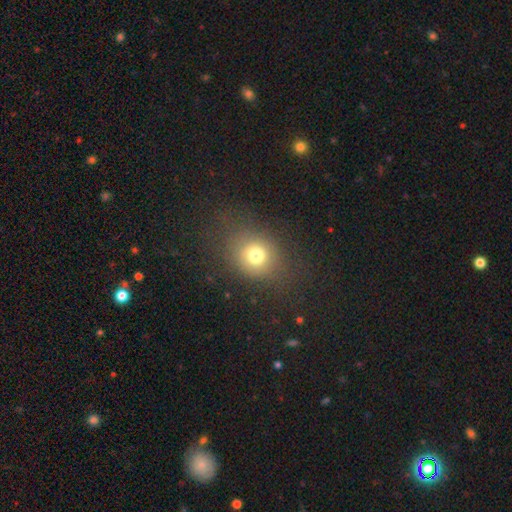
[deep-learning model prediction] Smooth or featured? Predicted: smooth (p=0.73). How rounded? Predicted: round (p=0.71). Merging? Predicted: none (p=0.77).